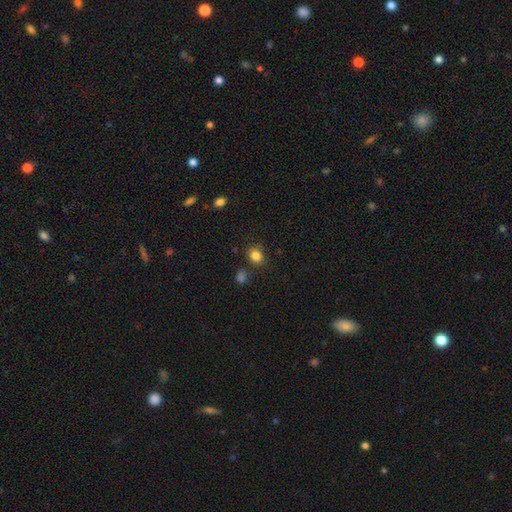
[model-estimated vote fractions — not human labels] A smooth galaxy with no disk features (84%) that is round (65%). Merging: none (79%).